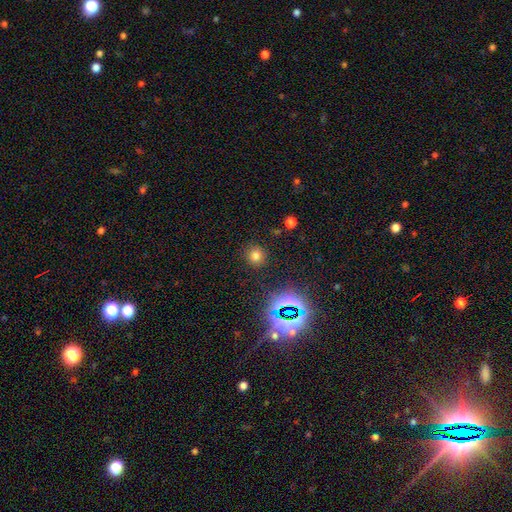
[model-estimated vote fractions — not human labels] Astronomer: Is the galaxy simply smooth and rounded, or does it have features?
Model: smooth — 72%.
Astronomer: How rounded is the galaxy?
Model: round — 89%.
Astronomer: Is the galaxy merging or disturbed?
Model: none — 88%.